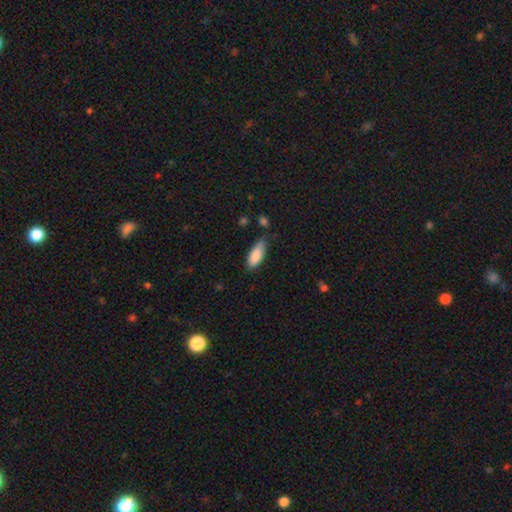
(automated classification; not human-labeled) smooth_or_featured: smooth (p=0.86) [alt: featured or disk p=0.08]
how_rounded: in between (p=0.74) [alt: cigar-shaped p=0.24]
merging: none (p=0.70) [alt: minor disturbance p=0.23]